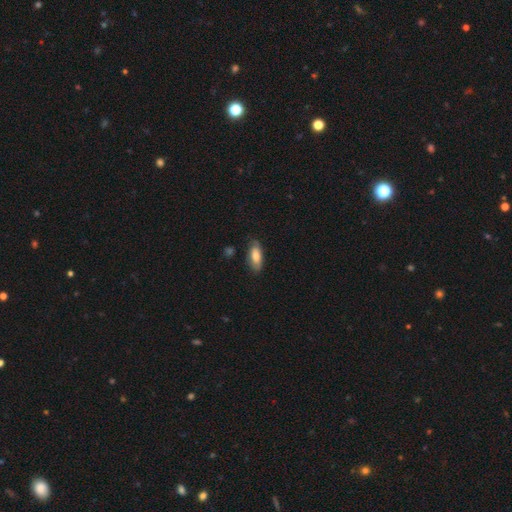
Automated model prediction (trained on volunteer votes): Smooth or featured: smooth — 77% (featured or disk — 17%)
How rounded: in between — 80% (cigar-shaped — 18%)
Merging: none — 73% (minor disturbance — 21%)